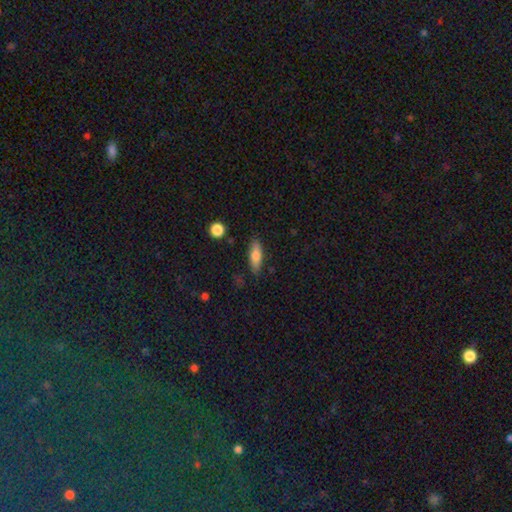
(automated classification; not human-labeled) Smooth or featured? smooth (72%)
How rounded? in between (55%)
Merging? none (83%)